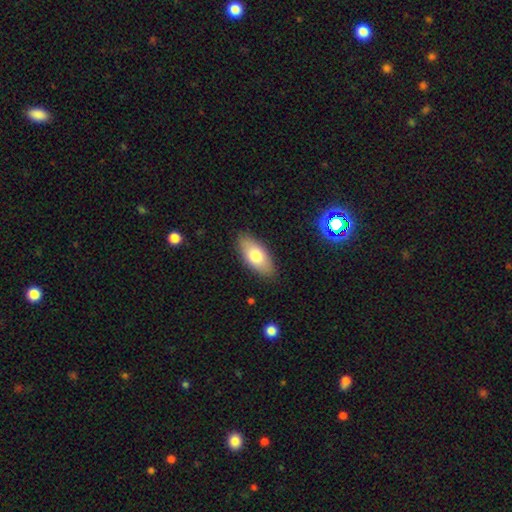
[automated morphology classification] This appears to be a smooth galaxy with no disk features (75%) that is in between round and cigar-shaped (88%). Merging: none (86%).